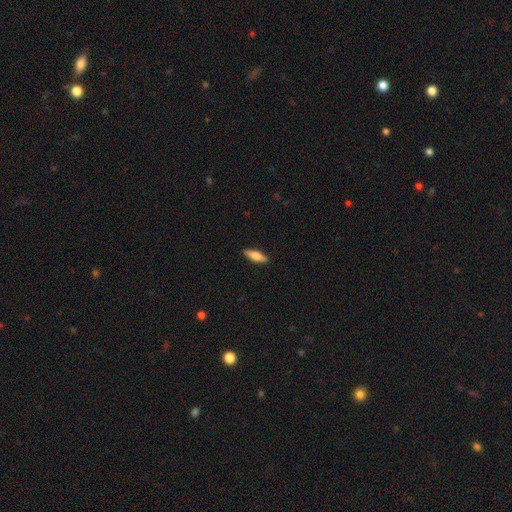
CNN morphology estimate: Smooth or featured? smooth (67%)
How rounded? in between (51%)
Merging? none (89%)